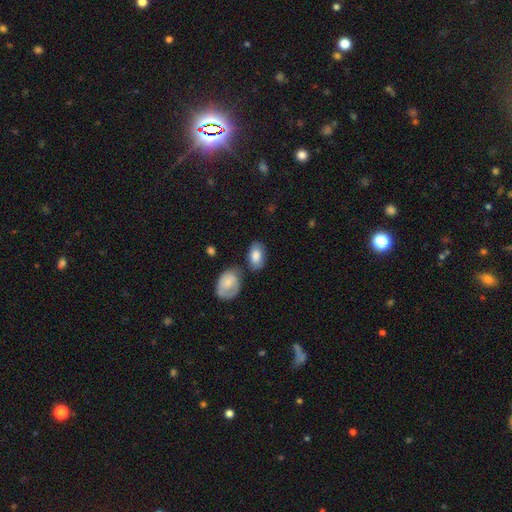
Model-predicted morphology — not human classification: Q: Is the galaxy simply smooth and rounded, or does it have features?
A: smooth — 81%.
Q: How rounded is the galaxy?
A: in between — 91%.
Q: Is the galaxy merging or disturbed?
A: none — 62%.